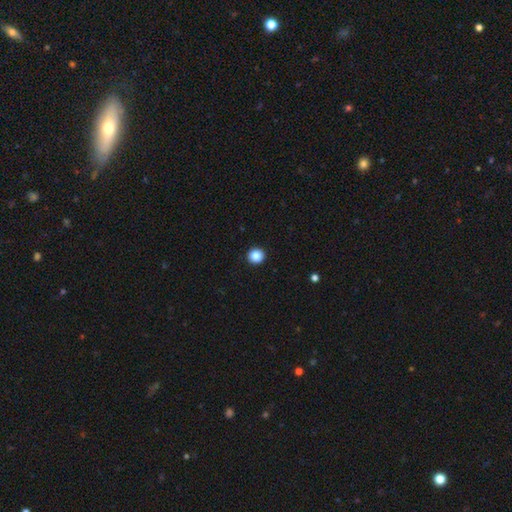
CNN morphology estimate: Smooth or featured?
  - smooth: 86% *
  - star or artifact: 10%
  - featured or disk: 4%
How rounded?
  - round: 94% *
  - in between: 5%
  - cigar-shaped: 1%
Merging?
  - none: 94% *
  - minor disturbance: 4%
  - major disturbance: 1%
  - merger: 1%